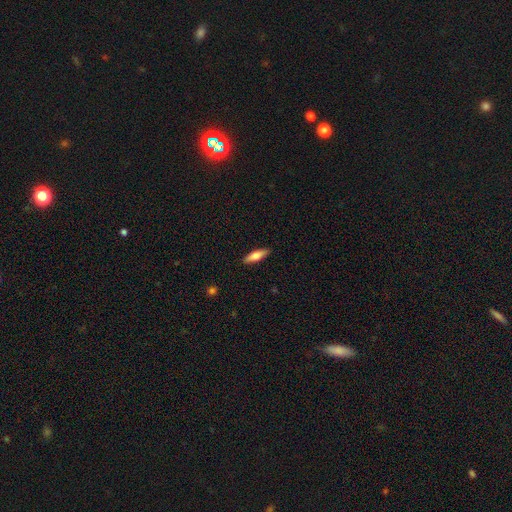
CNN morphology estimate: type=smooth (68%); roundness=cigar-shaped (59%); merging=none (90%).